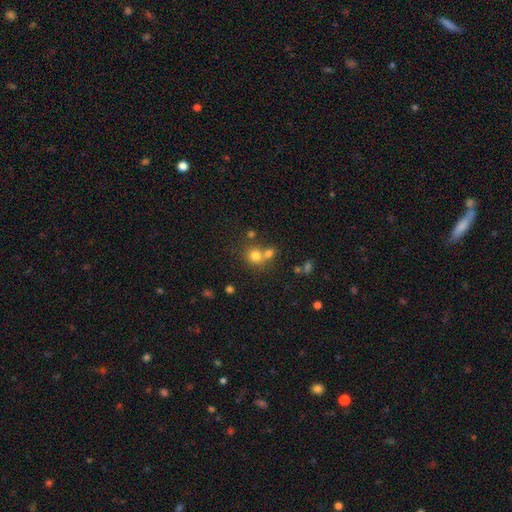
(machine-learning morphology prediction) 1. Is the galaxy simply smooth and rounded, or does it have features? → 75% smooth, 15% star or artifact, 10% featured or disk.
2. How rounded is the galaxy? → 84% round, 15% in between, 1% cigar-shaped.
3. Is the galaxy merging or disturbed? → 47% none, 42% merger, 7% minor disturbance, 3% major disturbance.